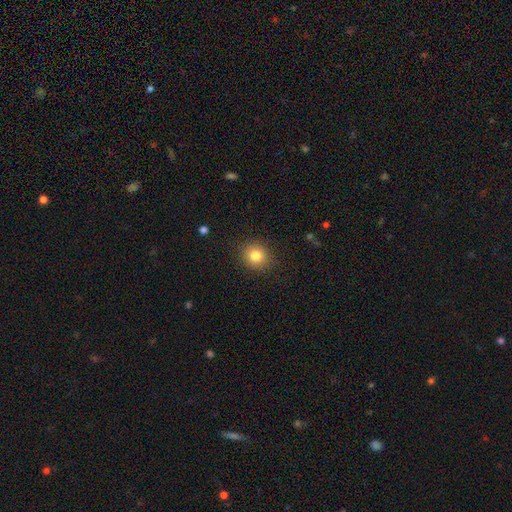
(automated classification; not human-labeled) Smooth or featured? smooth (82%)
How rounded? round (81%)
Merging? none (88%)